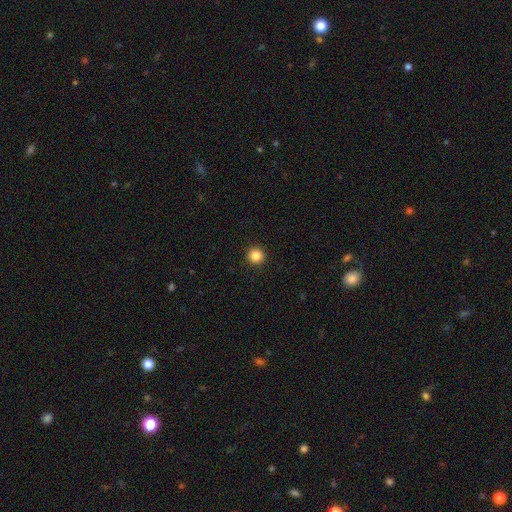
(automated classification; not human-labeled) This is clearly a smooth galaxy (86%). How rounded: clearly round (96%). Merging: clearly none (94%).